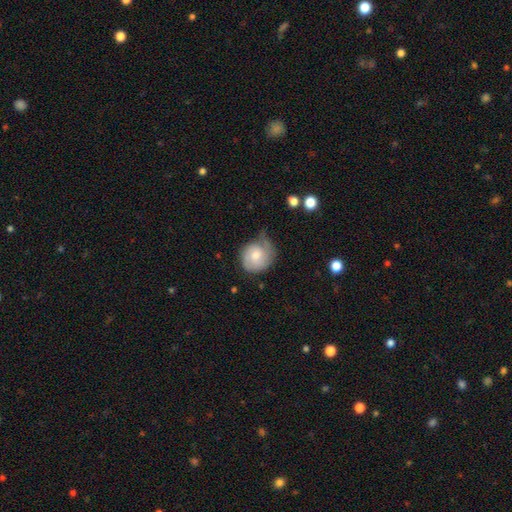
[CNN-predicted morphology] type=smooth (52%); roundness=round (77%); merging=none (41%).